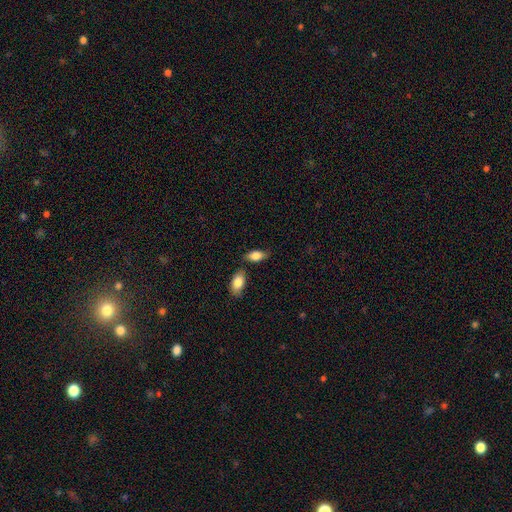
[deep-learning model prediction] A smooth galaxy with no disk features (83%) that is in between round and cigar-shaped (89%). Merging: none (66%).